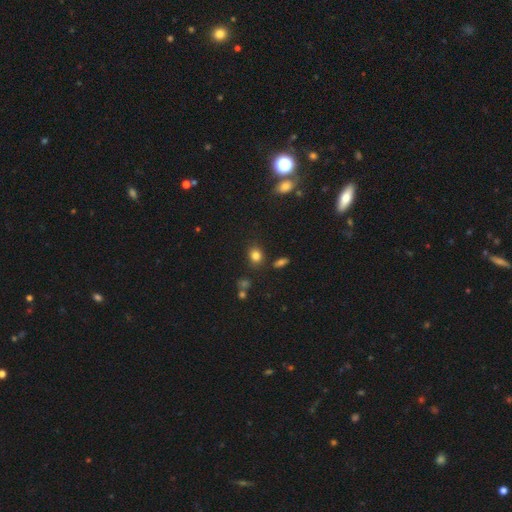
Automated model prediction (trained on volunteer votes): Smooth or featured: smooth — 82% (star or artifact — 12%)
How rounded: round — 55% (in between — 44%)
Merging: none — 80% (minor disturbance — 12%)